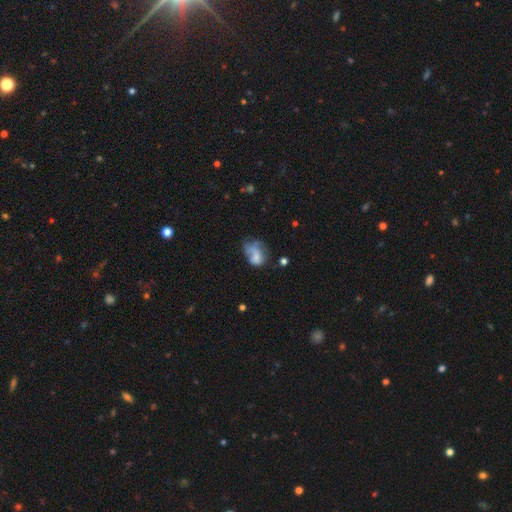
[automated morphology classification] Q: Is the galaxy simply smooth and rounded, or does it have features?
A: smooth — 59%.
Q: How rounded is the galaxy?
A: in between — 75%.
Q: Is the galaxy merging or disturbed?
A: major disturbance — 38%.